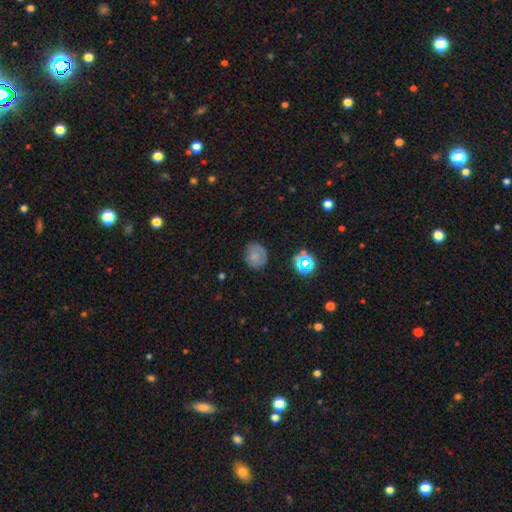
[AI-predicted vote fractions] The model was most divided on "how rounded": round: 73%, in between: 26%, cigar-shaped: 1%. More confident: merging — none (74%); smooth or featured — smooth (72%).